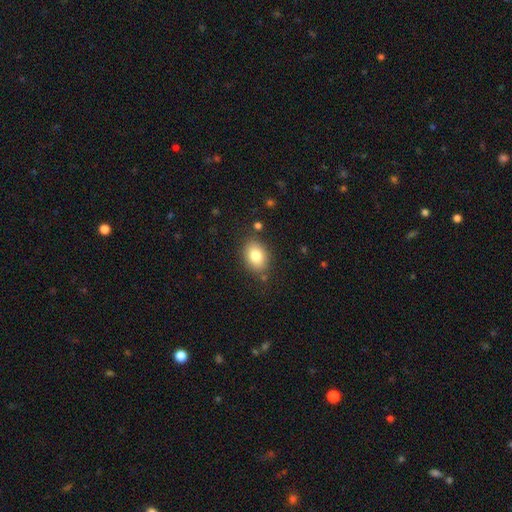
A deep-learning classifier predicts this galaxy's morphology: A smooth galaxy with no disk features (82%) that is in between round and cigar-shaped (72%).

Vote fractions:
- Smooth or featured? smooth: 82% / featured or disk: 9% / star or artifact: 9%
- How rounded? in between: 72% / round: 27% / cigar-shaped: 1%
- Merging? none: 81% / minor disturbance: 12% / major disturbance: 3% / merger: 3%